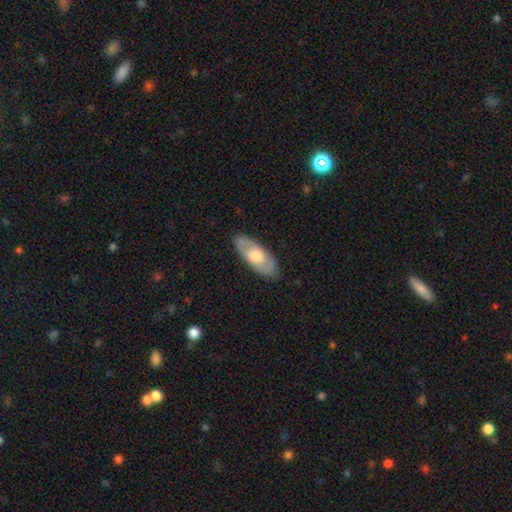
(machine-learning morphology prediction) Smooth or featured? Predicted: smooth (p=0.52). How rounded? Predicted: in between (p=0.81). Merging? Predicted: none (p=0.84).